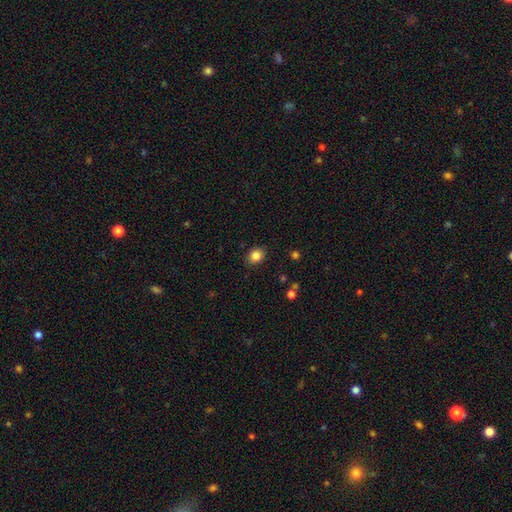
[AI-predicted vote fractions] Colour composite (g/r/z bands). It shows a smooth galaxy with no disk features (85%) that is round (57%). Merging: none (87%).